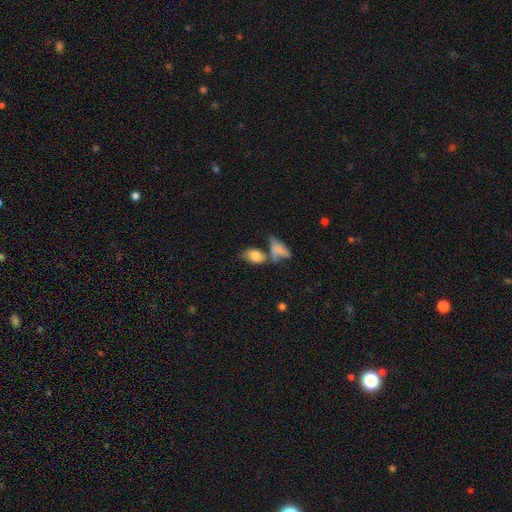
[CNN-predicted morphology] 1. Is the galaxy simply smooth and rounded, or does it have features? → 77% smooth, 15% featured or disk, 8% star or artifact.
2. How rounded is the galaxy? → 85% in between, 12% round, 3% cigar-shaped.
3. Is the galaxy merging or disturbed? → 40% merger, 33% none, 17% minor disturbance, 9% major disturbance.